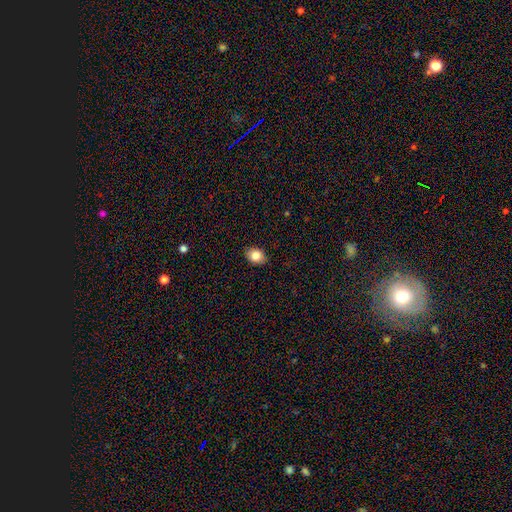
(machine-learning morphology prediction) smooth-or-featured: smooth: 83% | star or artifact: 9% | featured or disk: 8%
  how-rounded: in between: 66% | round: 33% | cigar-shaped: 1%
  merging: none: 88% | minor disturbance: 9% | major disturbance: 2% | merger: 1%